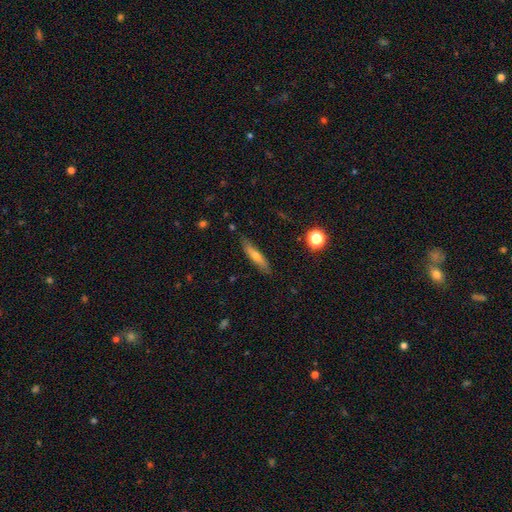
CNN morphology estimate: smooth 55%, featured or disk 37%, star or artifact 8%. Down the decision tree: how rounded — cigar-shaped (85%); merging — none (85%).